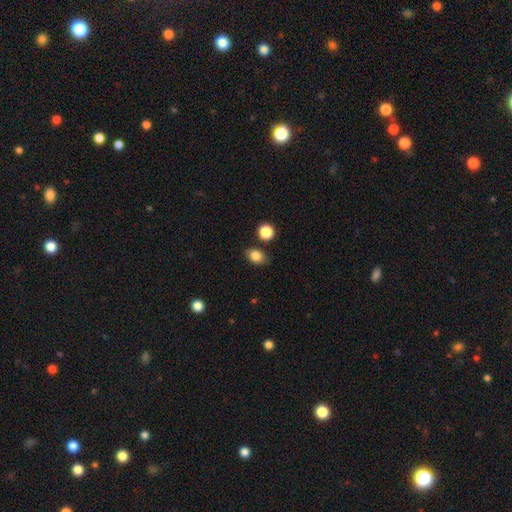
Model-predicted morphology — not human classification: Overall: smooth (83%). How rounded: in between (62%; round 36%). Merging: none (78%).